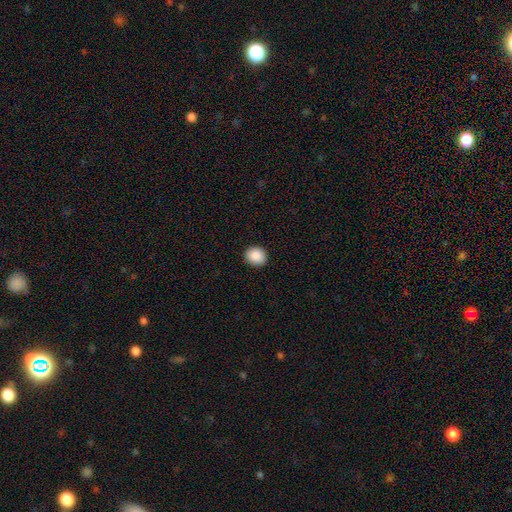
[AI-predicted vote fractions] smooth 89%, star or artifact 8%, featured or disk 3%. Down the decision tree: how rounded — round (78%); merging — none (91%).